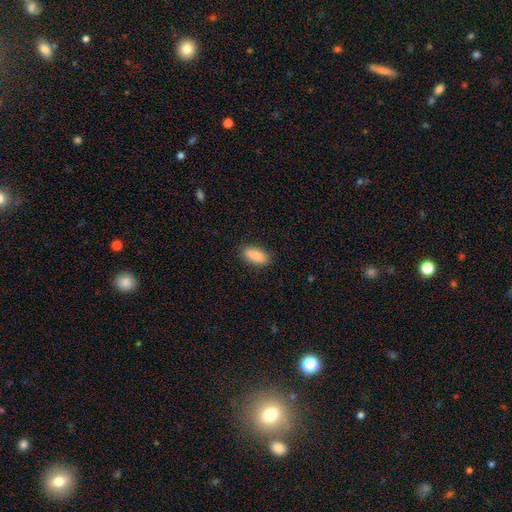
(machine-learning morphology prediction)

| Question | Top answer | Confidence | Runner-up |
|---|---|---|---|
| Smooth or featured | smooth | 88% | star or artifact (7%) |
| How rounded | in between | 83% | cigar-shaped (14%) |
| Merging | none | 86% | minor disturbance (11%) |